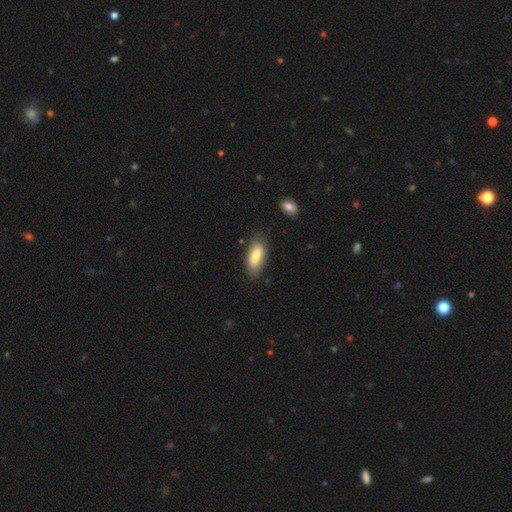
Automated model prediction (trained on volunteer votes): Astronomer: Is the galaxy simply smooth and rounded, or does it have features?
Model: smooth — 74%.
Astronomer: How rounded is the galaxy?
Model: in between — 79%.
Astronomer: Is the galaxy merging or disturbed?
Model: none — 77%.